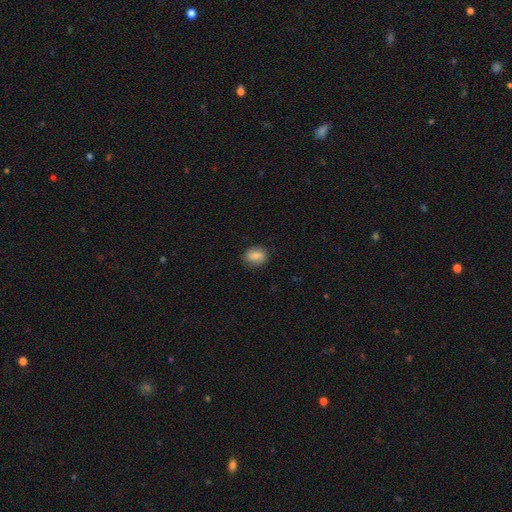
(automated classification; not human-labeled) Morphology: type=smooth (82%); roundness=in between (59%); merging=none (83%).